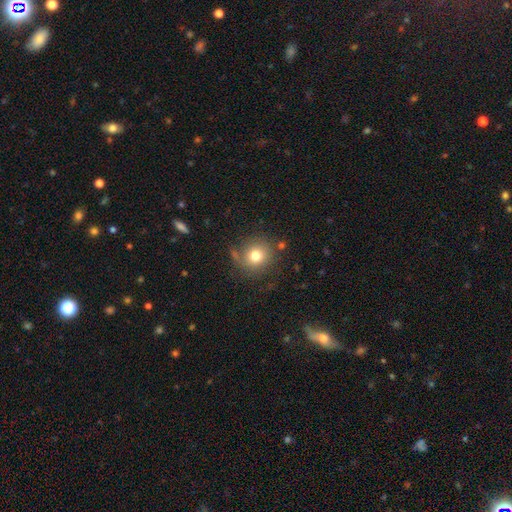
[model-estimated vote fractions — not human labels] Morphology: type=smooth (75%); roundness=round (89%); merging=none (76%).